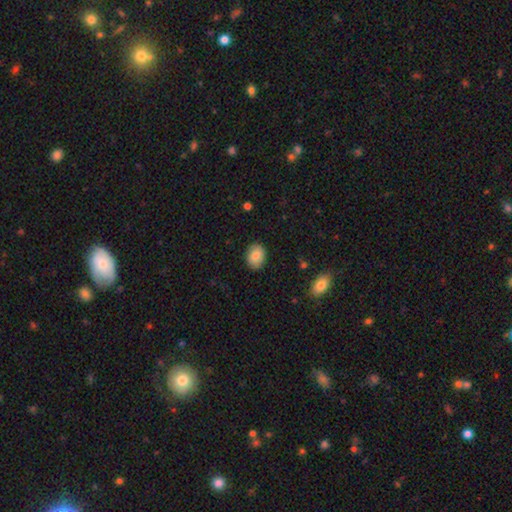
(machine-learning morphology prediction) smooth_or_featured: smooth (p=0.81) [alt: featured or disk p=0.11]
how_rounded: in between (p=0.65) [alt: round p=0.34]
merging: none (p=0.87) [alt: minor disturbance p=0.10]